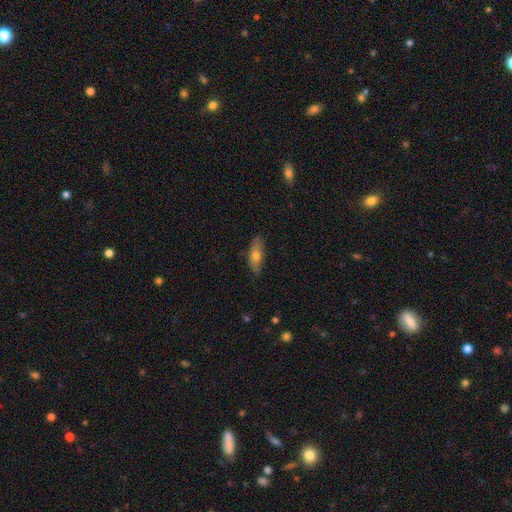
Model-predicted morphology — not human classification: Smooth or featured: smooth — 66% (featured or disk — 27%)
How rounded: in between — 61% (cigar-shaped — 36%)
Merging: none — 81% (minor disturbance — 15%)